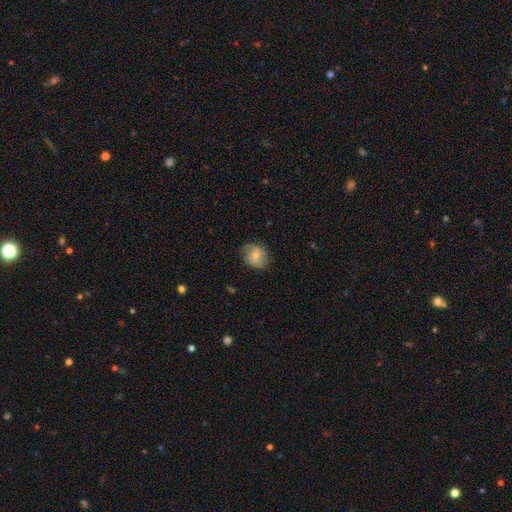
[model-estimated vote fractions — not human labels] The model was most divided on "how rounded": round: 61%, in between: 38%, cigar-shaped: 1%. More confident: merging — none (74%); smooth or featured — smooth (64%).